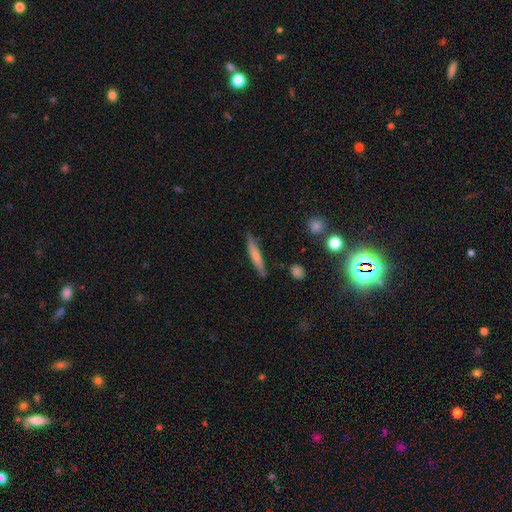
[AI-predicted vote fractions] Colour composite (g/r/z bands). It shows a smooth galaxy with no disk features (63%) that is cigar-shaped (89%). Merging: none (82%).